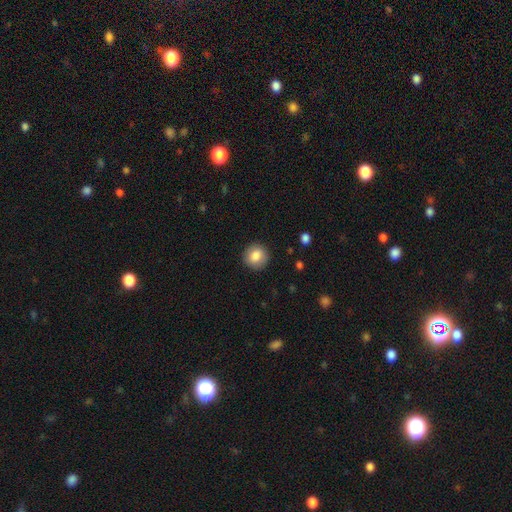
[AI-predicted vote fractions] A smooth galaxy with no disk features (84%) that is round (90%).

Vote fractions:
- Smooth or featured? smooth: 84% / star or artifact: 8% / featured or disk: 8%
- How rounded? round: 90% / in between: 9% / cigar-shaped: 1%
- Merging? none: 89% / minor disturbance: 7% / major disturbance: 2% / merger: 1%